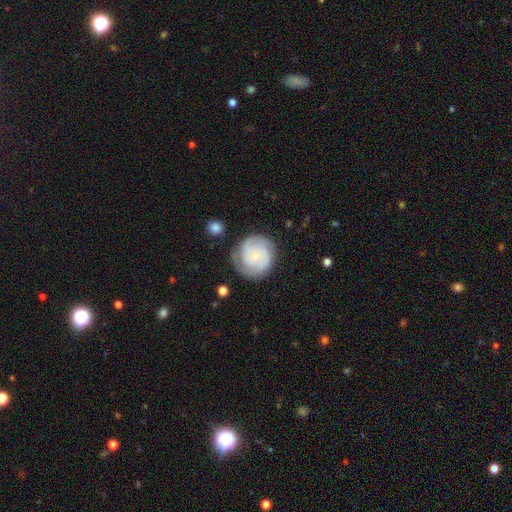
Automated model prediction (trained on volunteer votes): smooth-or-featured: featured or disk: 71% | smooth: 23% | star or artifact: 6%
  disk-edge-on: no: 98% | yes: 2%
    bar: no: 74% | weak: 23% | strong: 4%
    has-spiral-arms: yes: 95% | no: 5%
      spiral-winding: tight: 60% | medium: 32% | loose: 8%
      spiral-arm-count: 3: 32% | 2: 31% | can't tell: 22% | 4: 7% | 1: 5% | more than 4: 4%
    bulge-size: small: 71% | moderate: 13% | none: 12% | large: 2% | dominant: 1%
  merging: none: 72% | minor disturbance: 18% | major disturbance: 8% | merger: 2%